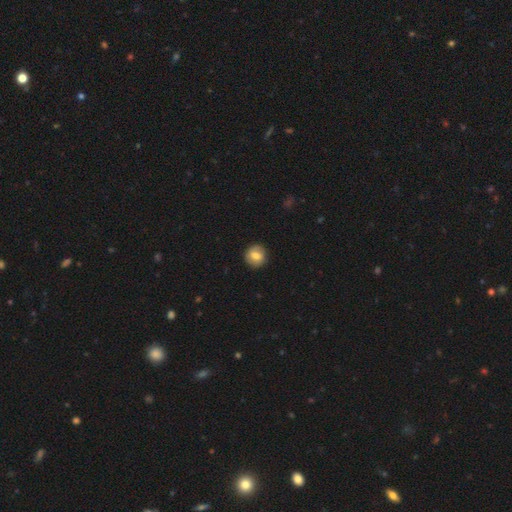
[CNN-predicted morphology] This appears to be a smooth galaxy with no disk features (73%) that is round (85%). Merging: none (87%).